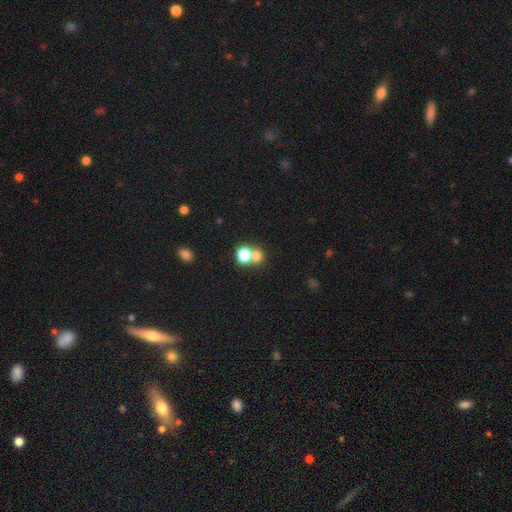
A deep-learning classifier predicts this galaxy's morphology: smooth_or_featured: smooth (p=0.74) [alt: star or artifact p=0.16]
how_rounded: round (p=0.78) [alt: in between p=0.21]
merging: merger (p=0.48) [alt: none p=0.43]